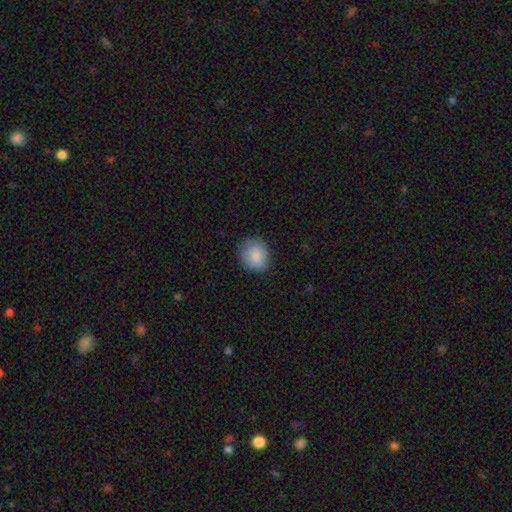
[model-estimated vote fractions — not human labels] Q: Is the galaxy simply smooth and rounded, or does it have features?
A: smooth — 87%.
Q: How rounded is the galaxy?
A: round — 63%.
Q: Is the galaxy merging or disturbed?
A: none — 77%.